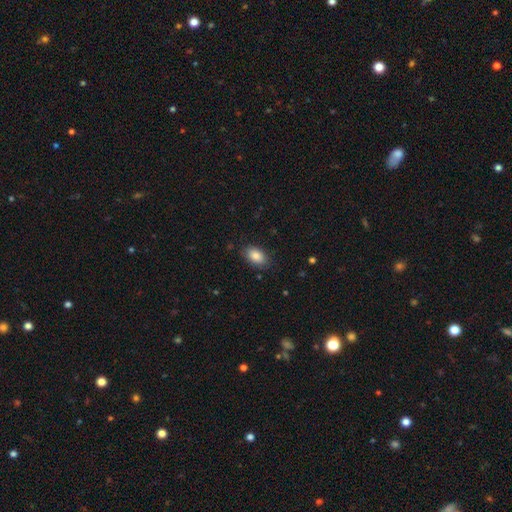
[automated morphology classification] smooth-or-featured: smooth: 85% | star or artifact: 8% | featured or disk: 7%
  how-rounded: in between: 91% | round: 8% | cigar-shaped: 2%
  merging: none: 84% | minor disturbance: 12% | major disturbance: 3% | merger: 1%